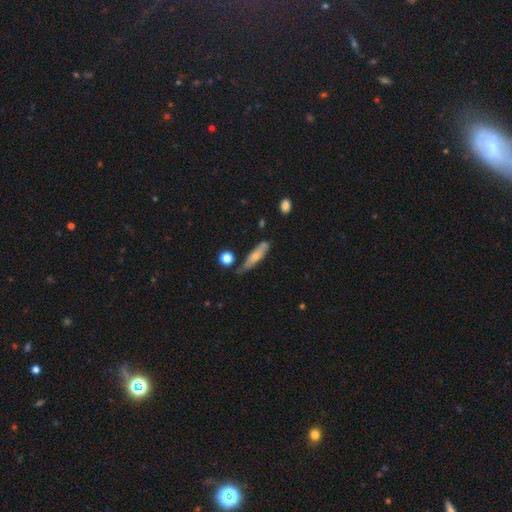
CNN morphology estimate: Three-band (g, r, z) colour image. It shows a smooth galaxy with no disk features (57%) that is cigar-shaped (65%). Merging: none (57%).